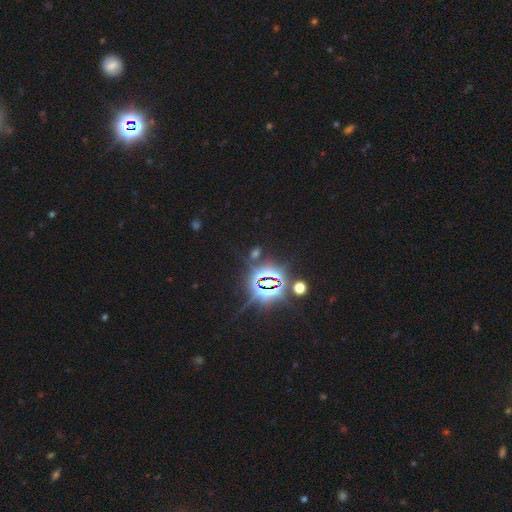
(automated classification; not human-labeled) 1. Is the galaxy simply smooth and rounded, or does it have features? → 83% star or artifact, 9% smooth, 8% featured or disk.